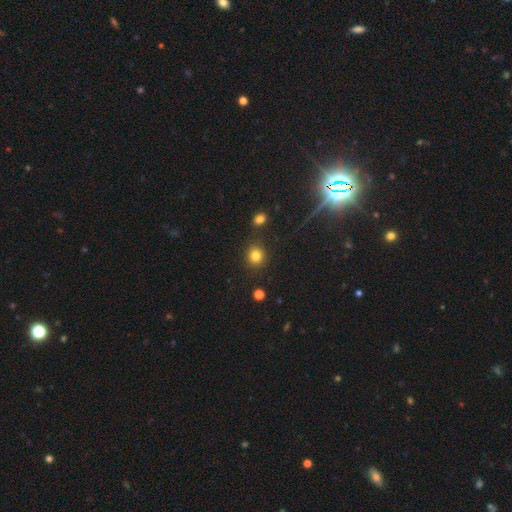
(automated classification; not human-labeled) smooth-or-featured: smooth: 82% | star or artifact: 12% | featured or disk: 6%
  how-rounded: round: 85% | in between: 14% | cigar-shaped: 1%
  merging: none: 85% | minor disturbance: 8% | merger: 4% | major disturbance: 3%